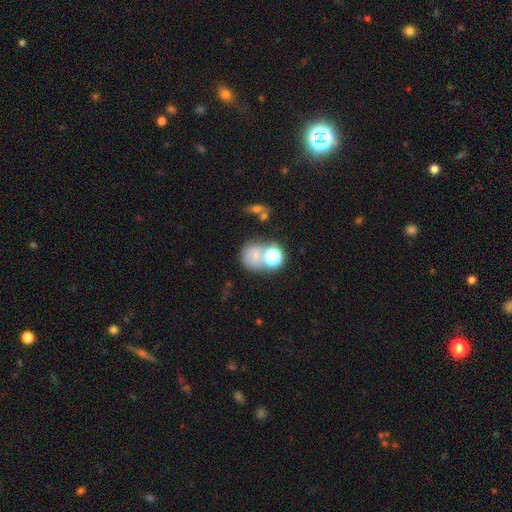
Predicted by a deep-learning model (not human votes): Smooth or featured?
  - smooth: 64% *
  - star or artifact: 23%
  - featured or disk: 13%
How rounded?
  - round: 73% *
  - in between: 26%
  - cigar-shaped: 1%
Merging?
  - none: 43% *
  - merger: 33%
  - minor disturbance: 14%
  - major disturbance: 10%